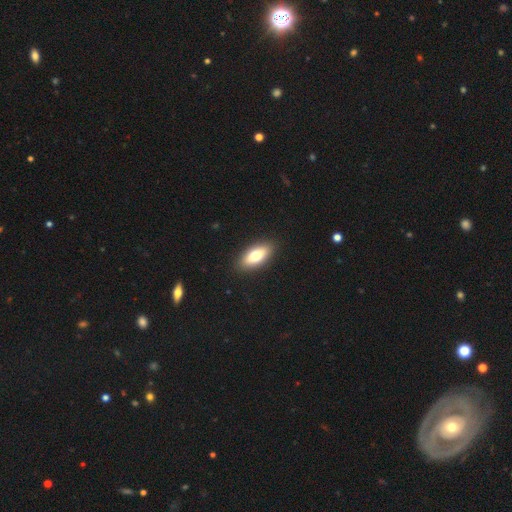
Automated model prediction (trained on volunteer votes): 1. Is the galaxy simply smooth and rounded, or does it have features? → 72% smooth, 21% featured or disk, 6% star or artifact.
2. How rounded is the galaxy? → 80% in between, 17% cigar-shaped, 3% round.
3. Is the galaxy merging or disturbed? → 90% none, 7% minor disturbance, 2% major disturbance, 1% merger.